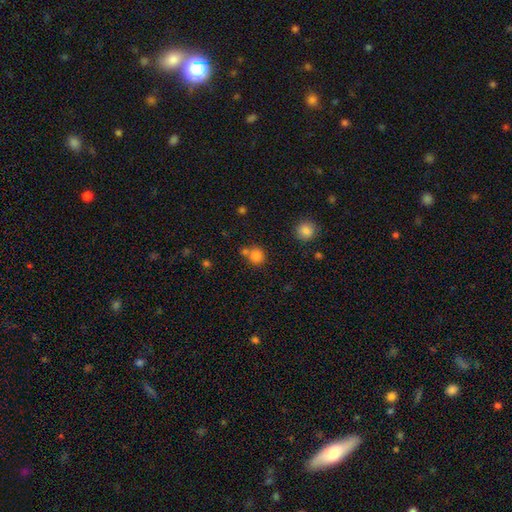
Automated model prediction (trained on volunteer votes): Morphology: type=smooth (81%); roundness=round (89%); merging=none (62%).